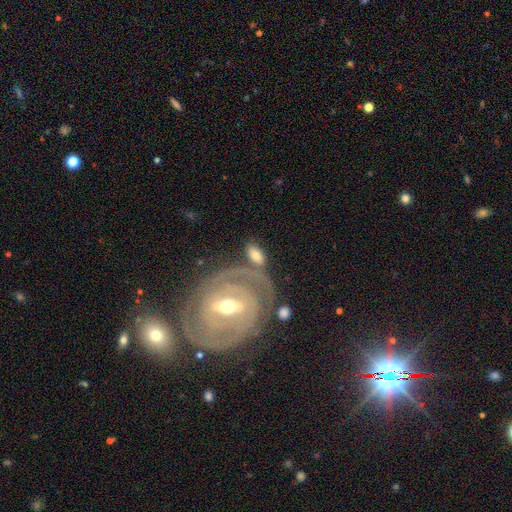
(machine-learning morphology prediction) smooth 51%, featured or disk 42%, star or artifact 7%. Down the decision tree: how rounded — in between (82%); merging — none (55%).